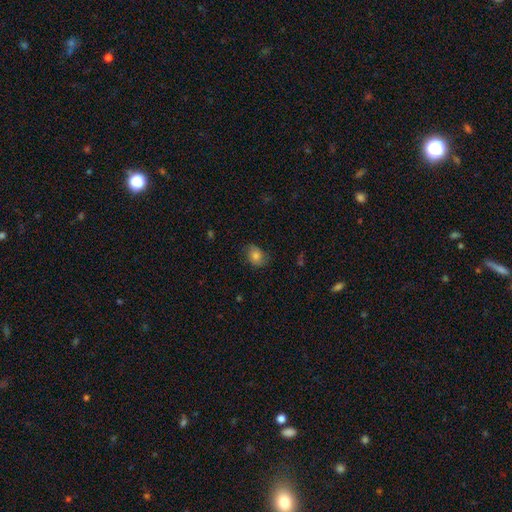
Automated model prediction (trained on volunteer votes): Morphology: type=smooth (75%); roundness=in between (60%); merging=none (70%).